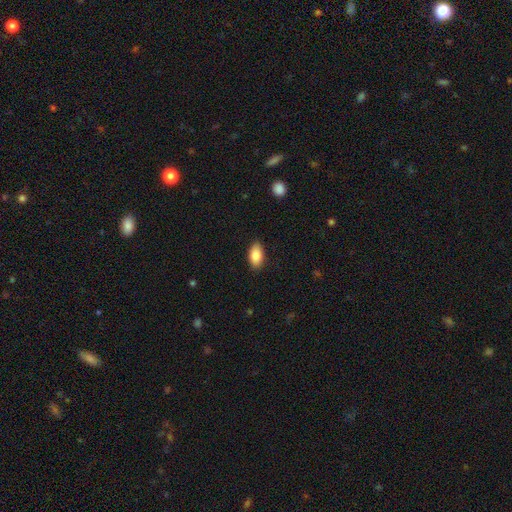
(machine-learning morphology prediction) Smooth or featured? Predicted: smooth (p=0.86). How rounded? Predicted: in between (p=0.93). Merging? Predicted: none (p=0.87).